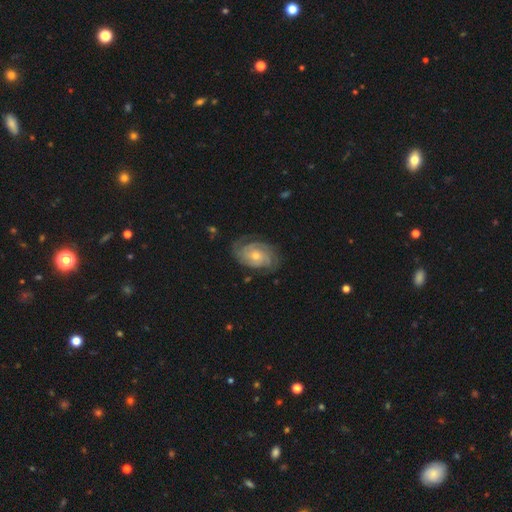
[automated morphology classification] A featured or disk galaxy (84%) with no bar (74%), 2 (32%) tight (67%) spiral arms (96%) and a moderate central bulge (52%).

Vote fractions:
- Smooth or featured? featured or disk: 84% / smooth: 11% / star or artifact: 5%
- Edge-on disk? no: 97% / yes: 3%
- Bar? no: 74% / weak: 22% / strong: 4%
- Spiral arms? yes: 96% / no: 4%
- Spiral winding? tight: 67% / medium: 27% / loose: 6%
- Spiral arm count? 2: 32% / 3: 25% / can't tell: 24% / 4: 9% / 1: 5% / more than 4: 5%
- Bulge size? moderate: 52% / small: 43% / large: 2% / none: 1% / dominant: 1%
- Merging? none: 74% / minor disturbance: 18% / major disturbance: 7% / merger: 1%